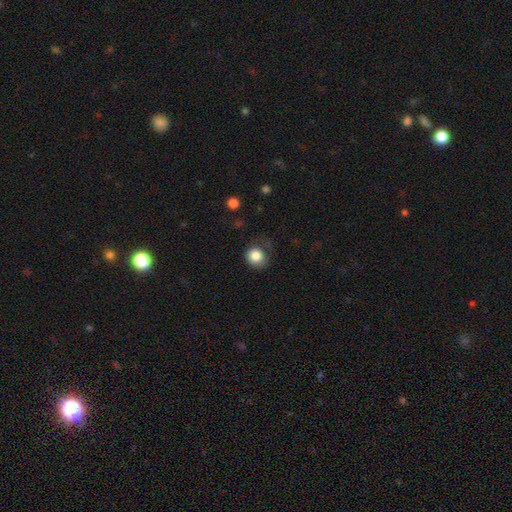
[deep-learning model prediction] smooth-or-featured: smooth: 85% | star or artifact: 10% | featured or disk: 6%
  how-rounded: round: 86% | in between: 13% | cigar-shaped: 1%
  merging: none: 69% | minor disturbance: 21% | major disturbance: 9% | merger: 1%